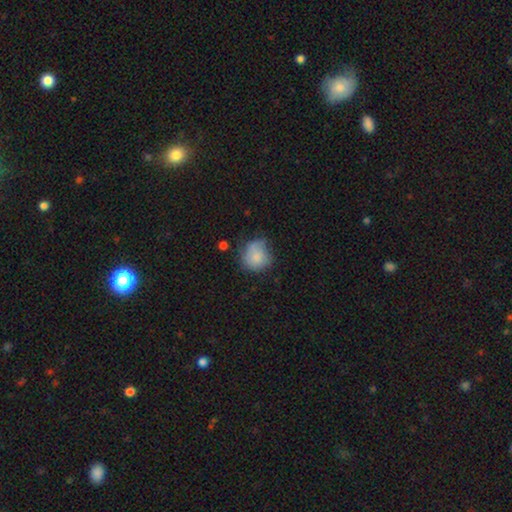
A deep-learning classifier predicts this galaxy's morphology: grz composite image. It shows a smooth galaxy with no disk features (76%) that is round (80%). Merging: none (49%).